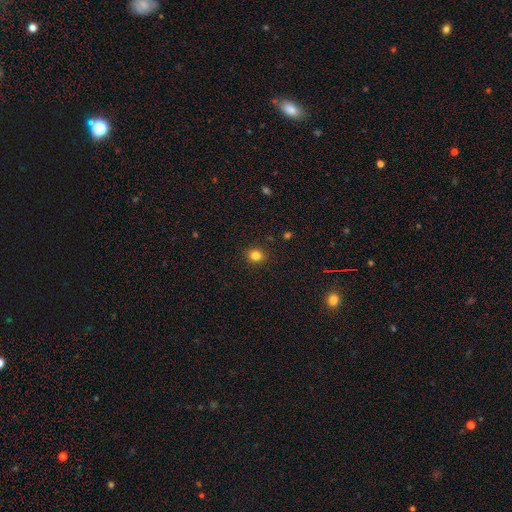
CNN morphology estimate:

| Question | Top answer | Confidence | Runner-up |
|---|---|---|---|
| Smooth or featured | smooth | 82% | star or artifact (13%) |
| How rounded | round | 76% | in between (23%) |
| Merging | none | 91% | minor disturbance (6%) |